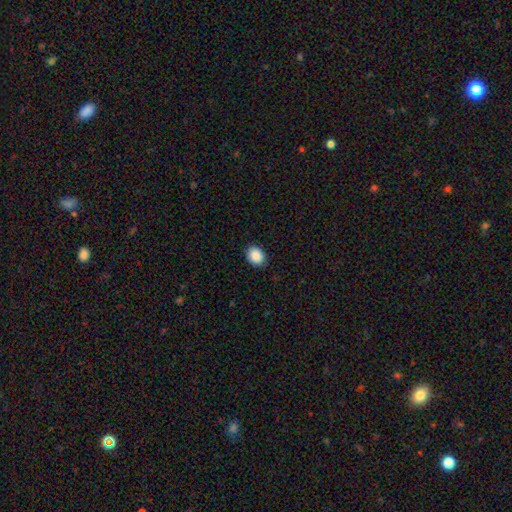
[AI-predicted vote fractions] smooth_or_featured: smooth (p=0.89) [alt: star or artifact p=0.08]
how_rounded: in between (p=0.55) [alt: round p=0.44]
merging: none (p=0.88) [alt: minor disturbance p=0.09]